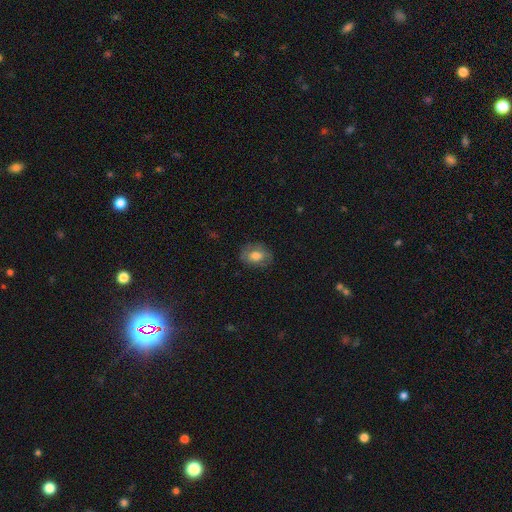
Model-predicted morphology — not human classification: smooth-or-featured: smooth: 63% | featured or disk: 28% | star or artifact: 8%
  how-rounded: in between: 67% | round: 32% | cigar-shaped: 1%
  merging: none: 78% | minor disturbance: 16% | major disturbance: 5% | merger: 1%